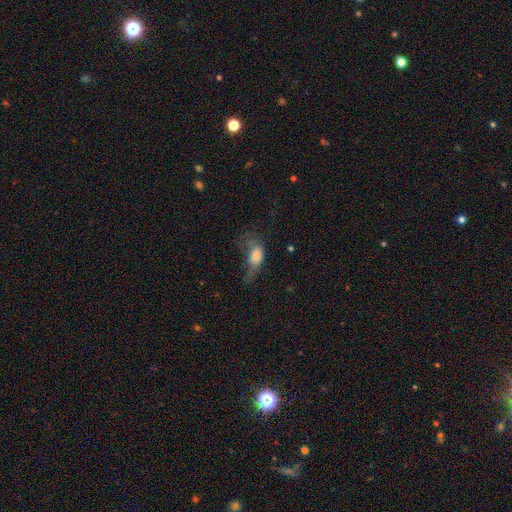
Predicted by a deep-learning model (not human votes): Smooth or featured? Predicted: smooth (p=0.65). How rounded? Predicted: in between (p=0.81). Merging? Predicted: major disturbance (p=0.59).